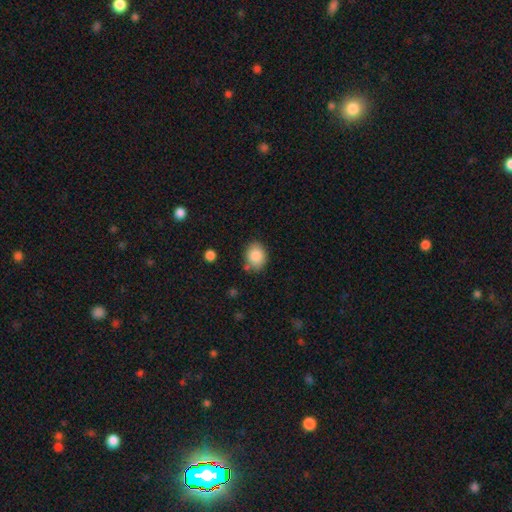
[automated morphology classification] type=smooth (86%); roundness=in between (53%); merging=none (73%).